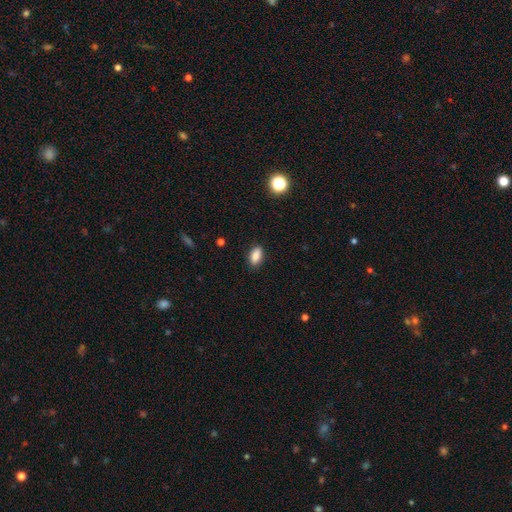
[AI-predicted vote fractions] smooth 86%, star or artifact 8%, featured or disk 5%. Down the decision tree: how rounded — in between (90%); merging — none (87%).